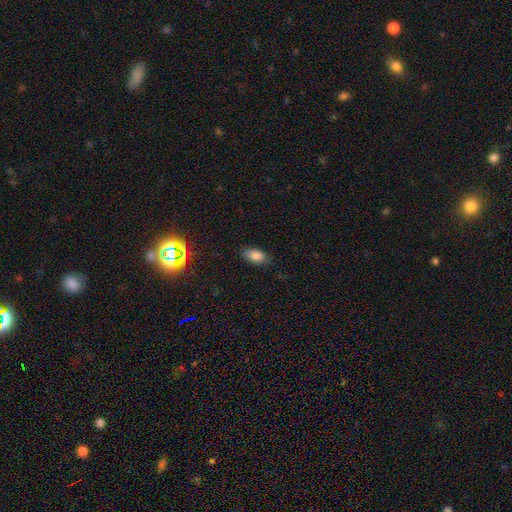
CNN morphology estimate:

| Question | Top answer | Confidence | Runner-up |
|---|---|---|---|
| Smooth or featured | smooth | 82% | star or artifact (11%) |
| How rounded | in between | 91% | round (5%) |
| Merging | none | 81% | minor disturbance (15%) |